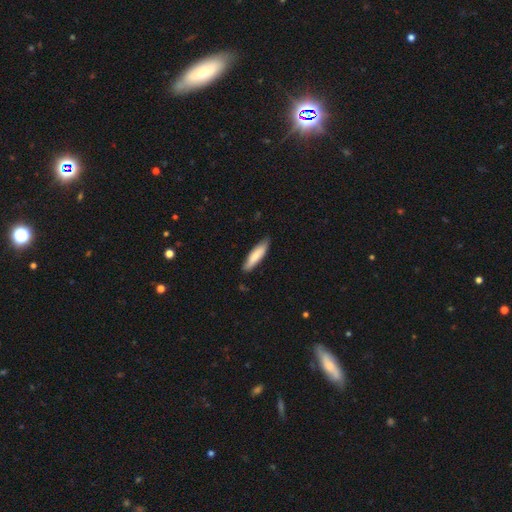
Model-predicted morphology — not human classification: smooth_or_featured: smooth (p=0.80) [alt: featured or disk p=0.15]
how_rounded: cigar-shaped (p=0.71) [alt: in between p=0.28]
merging: none (p=0.82) [alt: minor disturbance p=0.15]